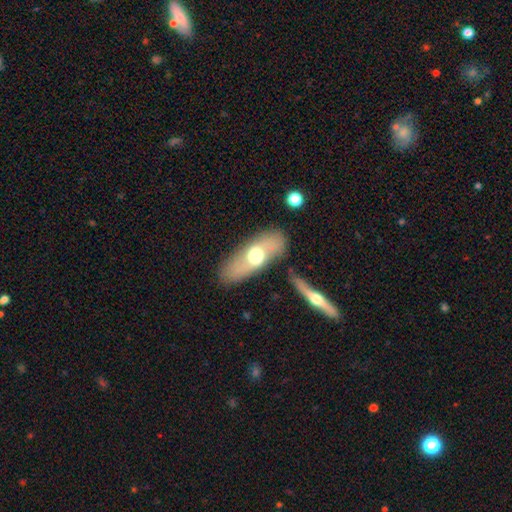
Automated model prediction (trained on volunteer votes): Smooth or featured? Predicted: smooth (p=0.51). How rounded? Predicted: in between (p=0.69). Merging? Predicted: none (p=0.73).